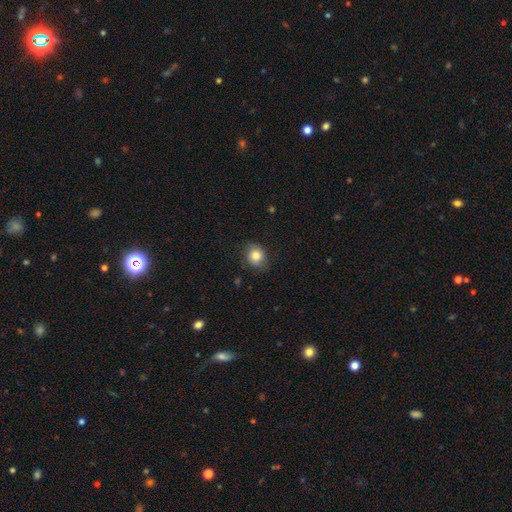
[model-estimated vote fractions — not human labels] Smooth or featured? Predicted: smooth (p=0.82). How rounded? Predicted: round (p=0.74). Merging? Predicted: none (p=0.80).